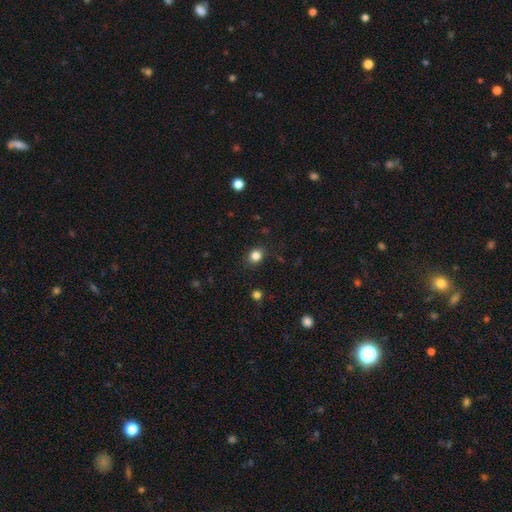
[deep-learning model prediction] This appears to be a smooth galaxy with no disk features (83%) that is round (69%). Merging: none (87%).